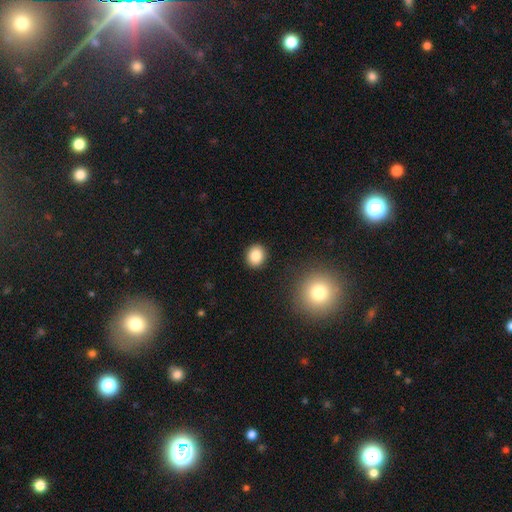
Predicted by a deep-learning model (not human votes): The model was most divided on "how rounded": round: 71%, in between: 28%, cigar-shaped: 1%. More confident: merging — none (90%); smooth or featured — smooth (85%).